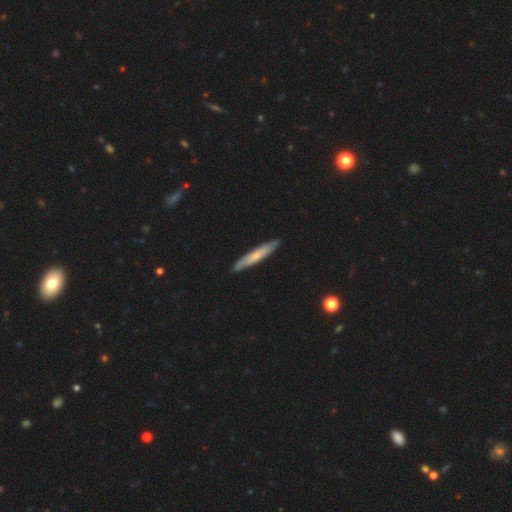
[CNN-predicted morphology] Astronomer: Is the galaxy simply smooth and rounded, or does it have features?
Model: smooth — 57% (runner-up: featured or disk, 37%).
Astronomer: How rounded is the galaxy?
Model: cigar-shaped — 94%.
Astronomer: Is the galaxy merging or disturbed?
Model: none — 89%.